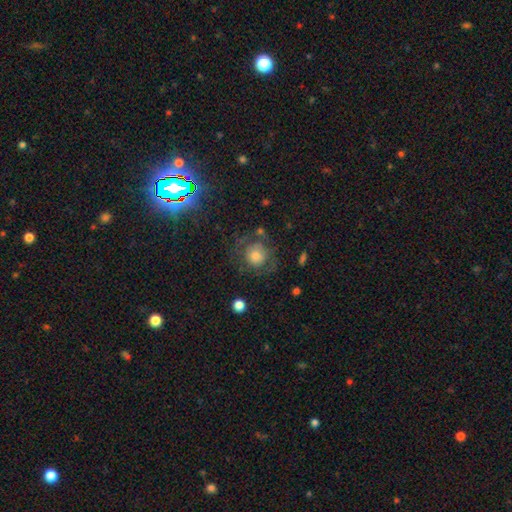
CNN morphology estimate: Smooth or featured: smooth — 51% (featured or disk — 33%)
How rounded: round — 86% (in between — 13%)
Merging: none — 63% (minor disturbance — 18%)